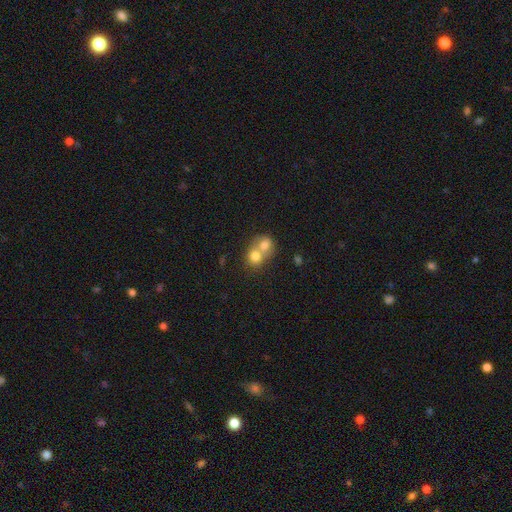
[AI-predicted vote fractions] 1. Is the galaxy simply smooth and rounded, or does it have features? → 72% smooth, 19% featured or disk, 9% star or artifact.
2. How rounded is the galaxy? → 66% round, 33% in between, 1% cigar-shaped.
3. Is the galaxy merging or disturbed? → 74% merger, 19% none, 5% minor disturbance, 3% major disturbance.